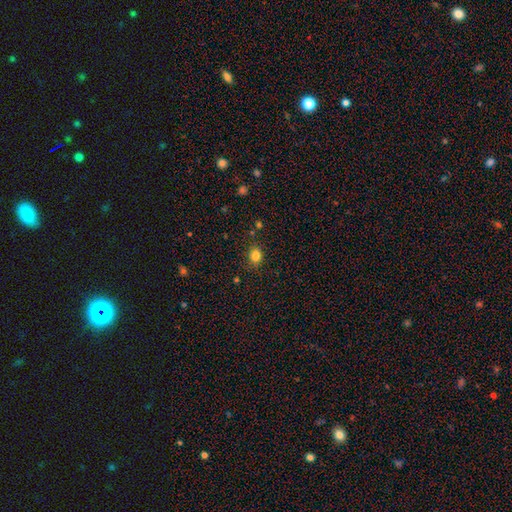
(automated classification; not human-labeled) A smooth galaxy with no disk features (83%) that is round (60%).

Vote fractions:
- Smooth or featured? smooth: 83% / star or artifact: 12% / featured or disk: 5%
- How rounded? round: 60% / in between: 39% / cigar-shaped: 1%
- Merging? none: 84% / minor disturbance: 11% / major disturbance: 3% / merger: 2%